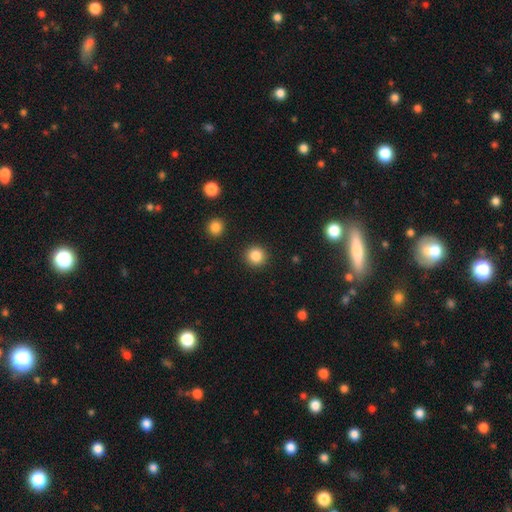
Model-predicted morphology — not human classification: The model was most divided on "smooth or featured": smooth: 85%, star or artifact: 11%, featured or disk: 4%. More confident: how rounded — round (93%); merging — none (91%).